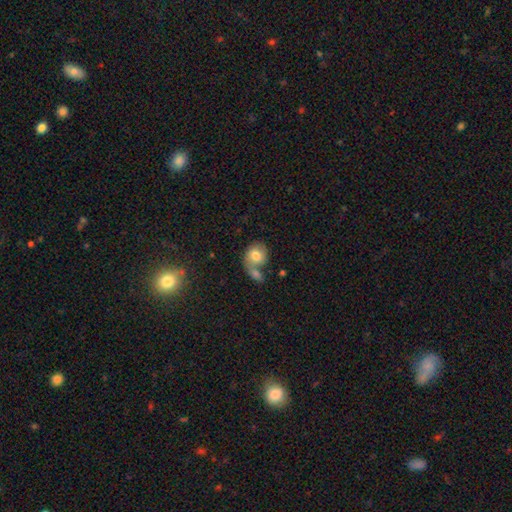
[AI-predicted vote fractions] Smooth or featured? smooth (77%)
How rounded? round (61%)
Merging? merger (48%)